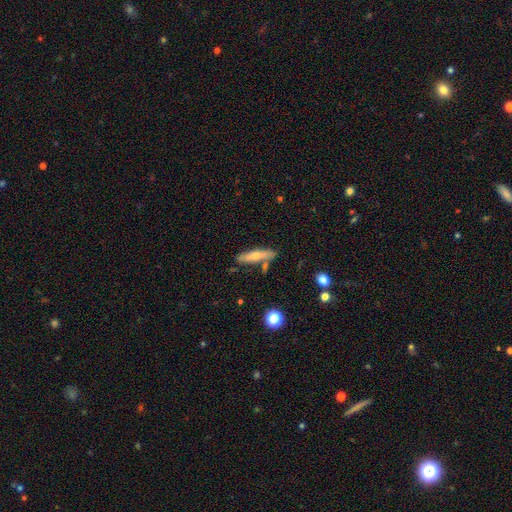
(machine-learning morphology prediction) Smooth or featured? Predicted: smooth (p=0.51). How rounded? Predicted: cigar-shaped (p=0.83). Merging? Predicted: none (p=0.76).